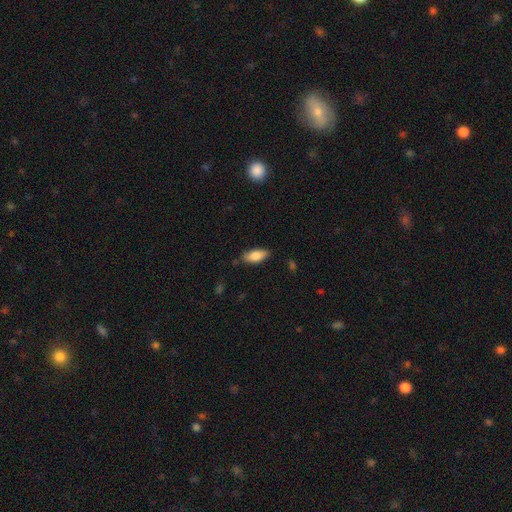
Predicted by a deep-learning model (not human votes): smooth_or_featured: smooth (p=0.82) [alt: featured or disk p=0.12]
how_rounded: in between (p=0.83) [alt: cigar-shaped p=0.15]
merging: none (p=0.82) [alt: minor disturbance p=0.14]